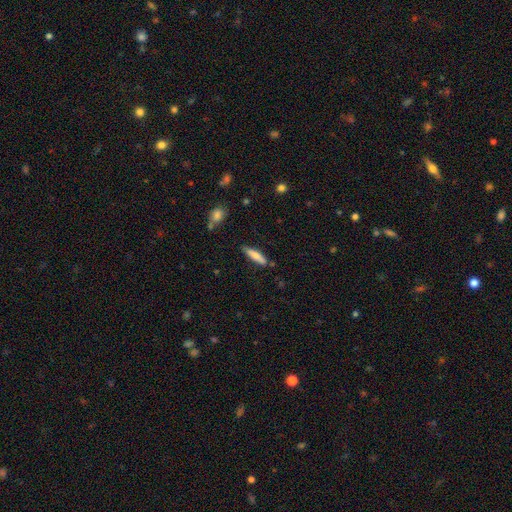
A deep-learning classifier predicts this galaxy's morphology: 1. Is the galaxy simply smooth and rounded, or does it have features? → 75% smooth, 19% featured or disk, 6% star or artifact.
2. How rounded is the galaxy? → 78% cigar-shaped, 20% in between, 2% round.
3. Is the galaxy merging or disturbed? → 79% none, 16% minor disturbance, 3% merger, 3% major disturbance.